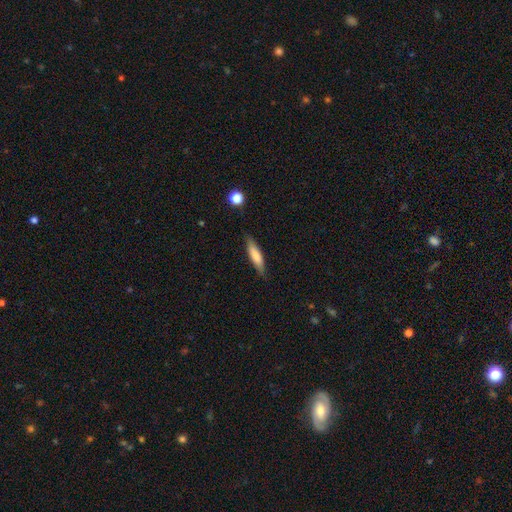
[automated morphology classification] A smooth galaxy with no disk features (73%) that is cigar-shaped (75%).

Vote fractions:
- Smooth or featured? smooth: 73% / featured or disk: 21% / star or artifact: 6%
- How rounded? cigar-shaped: 75% / in between: 23% / round: 2%
- Merging? none: 83% / minor disturbance: 13% / major disturbance: 3% / merger: 1%